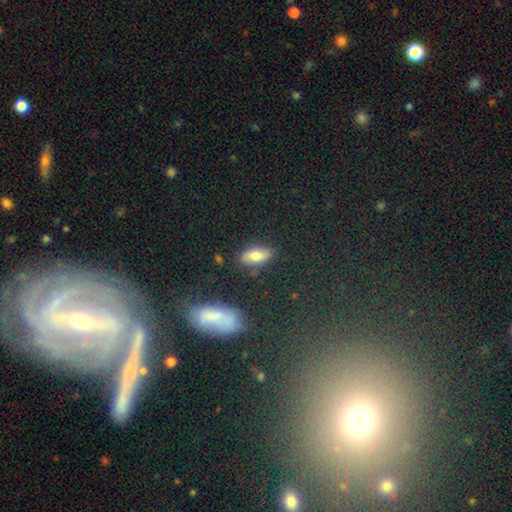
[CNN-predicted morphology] type=smooth (72%); roundness=in between (83%); merging=none (77%).